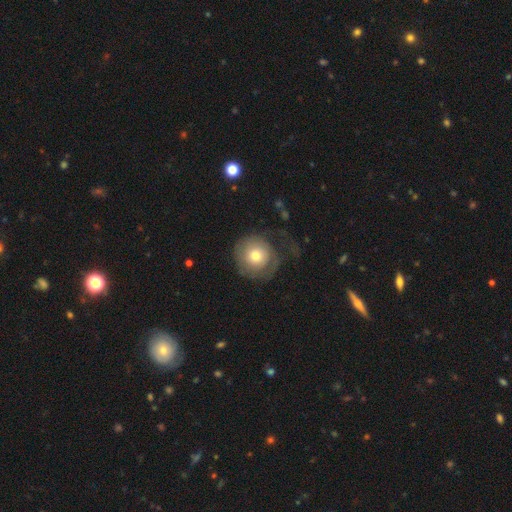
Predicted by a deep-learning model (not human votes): smooth-or-featured: smooth: 63% | featured or disk: 30% | star or artifact: 8%
  how-rounded: round: 92% | in between: 8% | cigar-shaped: 1%
  merging: none: 44% | major disturbance: 34% | minor disturbance: 20% | merger: 2%